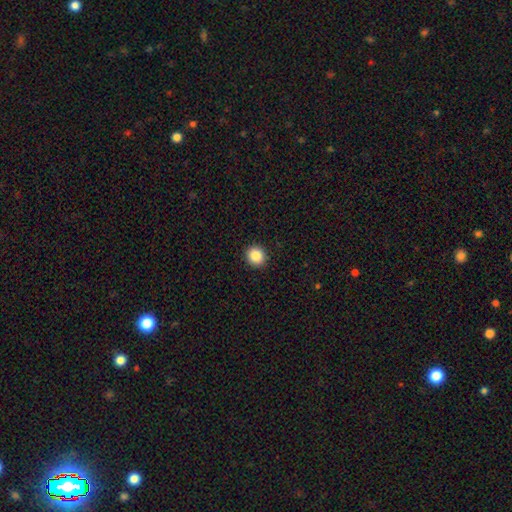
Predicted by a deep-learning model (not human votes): A smooth galaxy with no disk features (87%) that is round (87%). Merging: none (92%).